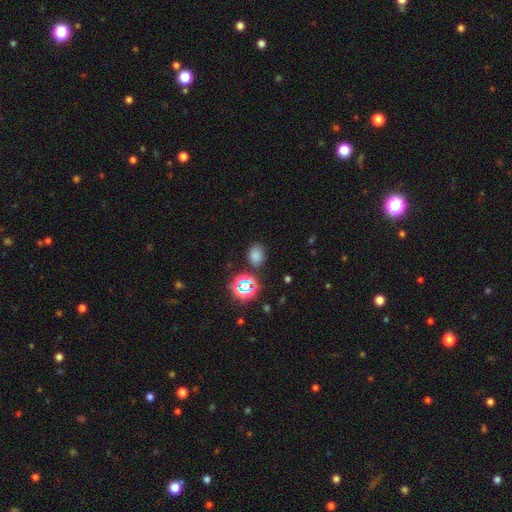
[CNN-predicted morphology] This is likely a smooth galaxy (71%). How rounded: possibly in between (57%). Merging: likely none (77%).